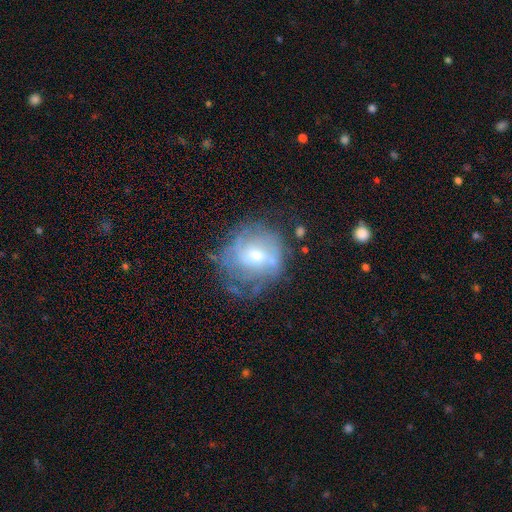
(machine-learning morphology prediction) Overall: featured or disk (58%; smooth 33%). Edge-on disk: no (96%). Bar: no (54%; weak 38%). Spiral arms: yes (55%; no 45%). Bulge size: moderate (63%; small 27%). Merging: none (53%; minor disturbance 25%).